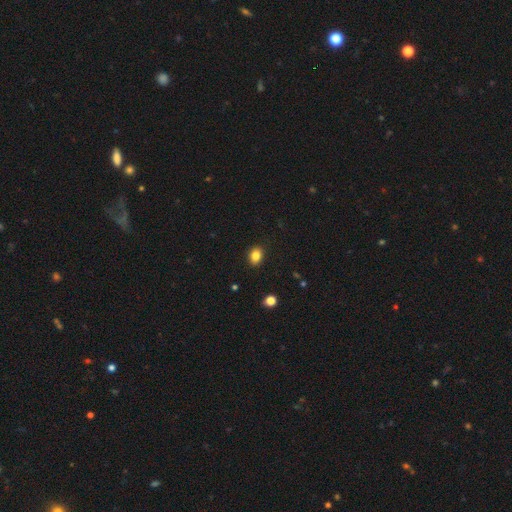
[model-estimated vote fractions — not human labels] A smooth galaxy with no disk features (84%) that is in between round and cigar-shaped (59%). Merging: none (89%).